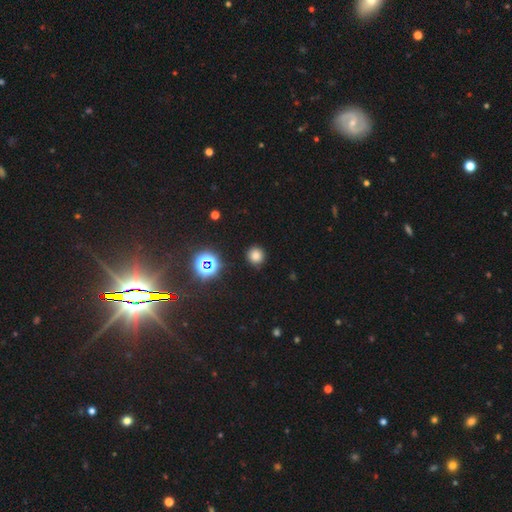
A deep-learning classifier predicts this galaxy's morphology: Smooth or featured? Predicted: smooth (p=0.76). How rounded? Predicted: round (p=0.92). Merging? Predicted: none (p=0.89).